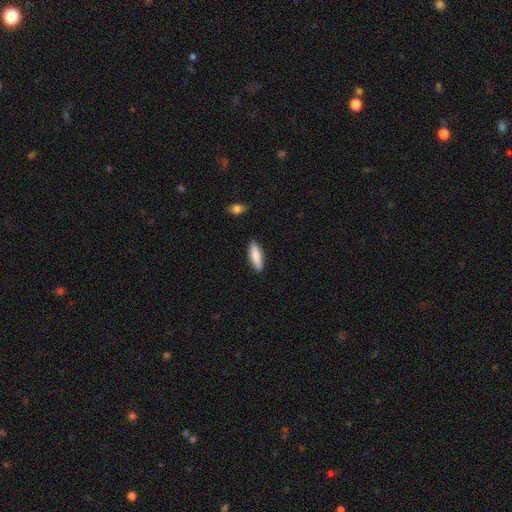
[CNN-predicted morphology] Overall: smooth (84%). How rounded: in between (49%, tied with cigar-shaped). Merging: none (88%).